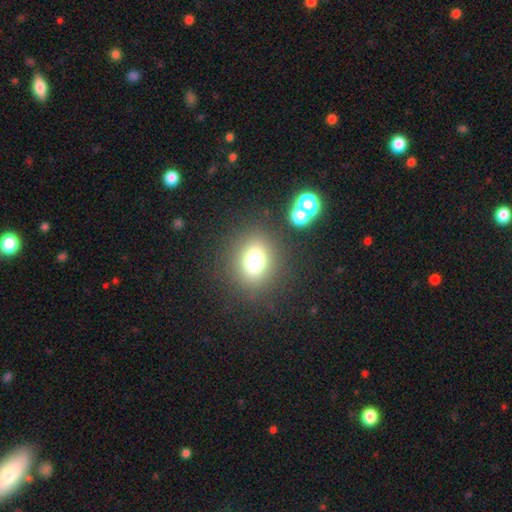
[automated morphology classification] smooth-or-featured: smooth: 74% | star or artifact: 15% | featured or disk: 11%
  how-rounded: in between: 51% | round: 47% | cigar-shaped: 2%
  merging: none: 83% | minor disturbance: 9% | merger: 5% | major disturbance: 4%